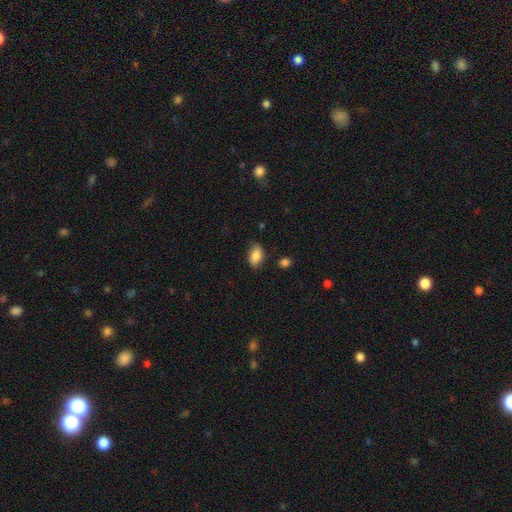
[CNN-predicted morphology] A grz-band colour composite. It shows a smooth galaxy with no disk features (87%) that is in between round and cigar-shaped (90%). Merging: none (78%).